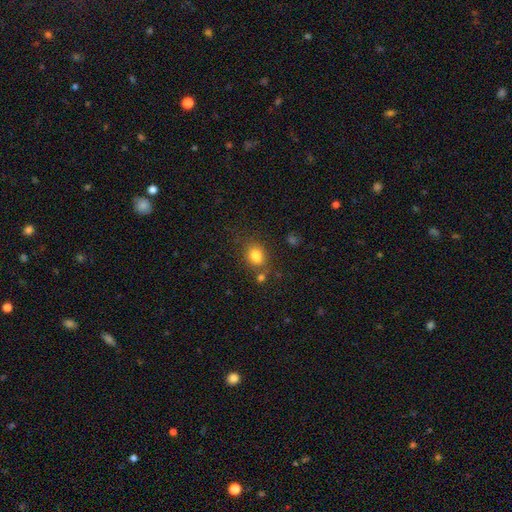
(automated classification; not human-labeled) Smooth or featured? Predicted: smooth (p=0.82). How rounded? Predicted: round (p=0.50). Merging? Predicted: none (p=0.67).